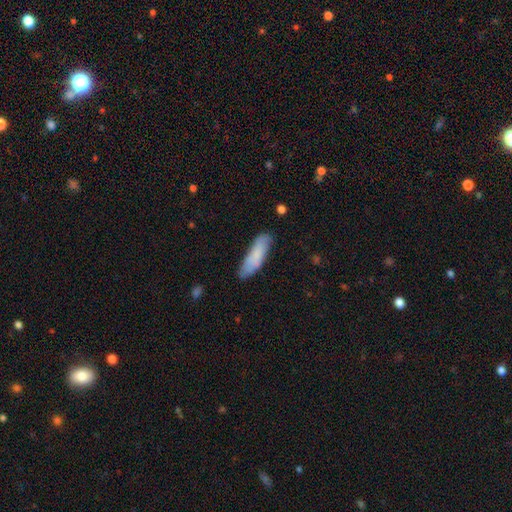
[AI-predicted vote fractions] Smooth or featured: smooth — 77% (featured or disk — 17%)
How rounded: cigar-shaped — 57% (in between — 42%)
Merging: none — 73% (minor disturbance — 20%)